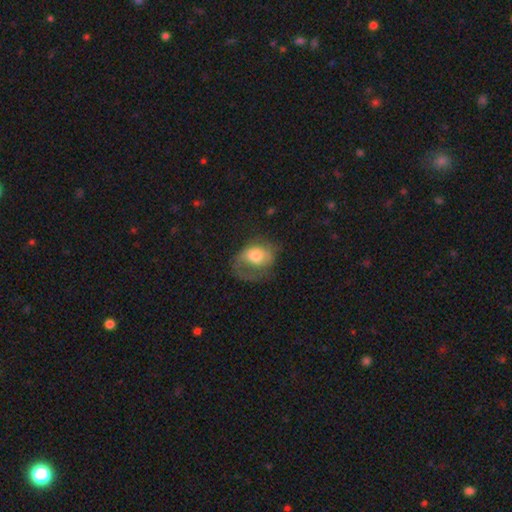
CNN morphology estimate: Smooth or featured: smooth — 55% (featured or disk — 37%)
How rounded: in between — 67% (round — 31%)
Merging: major disturbance — 46% (none — 29%)